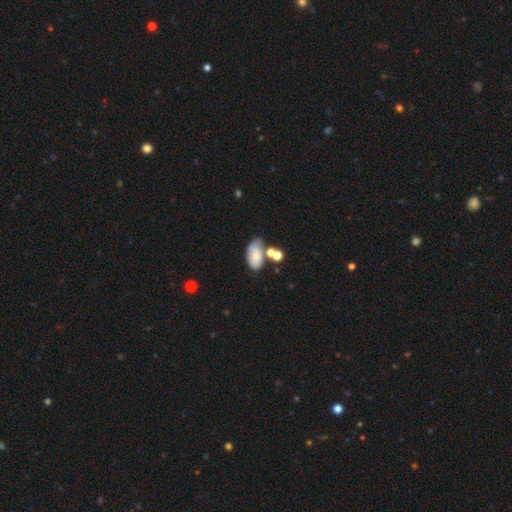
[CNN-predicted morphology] Smooth or featured?
  - smooth: 71% *
  - featured or disk: 20%
  - star or artifact: 10%
How rounded?
  - in between: 92% *
  - round: 6%
  - cigar-shaped: 2%
Merging?
  - none: 39% *
  - merger: 26%
  - minor disturbance: 23%
  - major disturbance: 11%